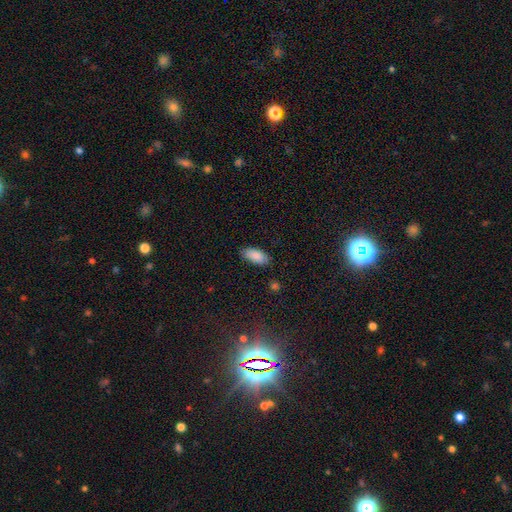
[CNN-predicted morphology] Smooth or featured: smooth — 88% (star or artifact — 7%)
How rounded: in between — 89% (cigar-shaped — 9%)
Merging: none — 85% (minor disturbance — 12%)